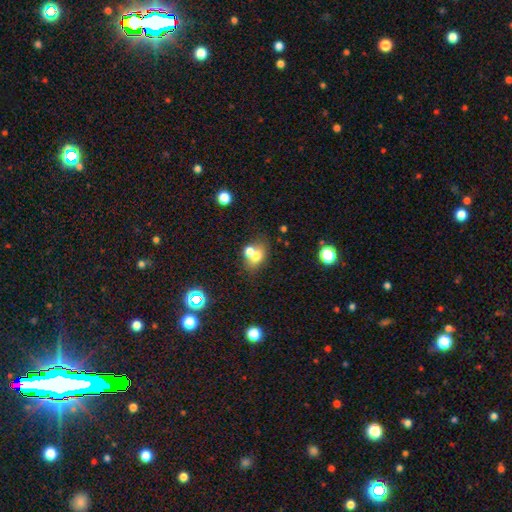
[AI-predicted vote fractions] smooth-or-featured: smooth: 68% | featured or disk: 19% | star or artifact: 13%
  how-rounded: in between: 54% | round: 44% | cigar-shaped: 2%
  merging: merger: 49% | none: 37% | minor disturbance: 9% | major disturbance: 5%